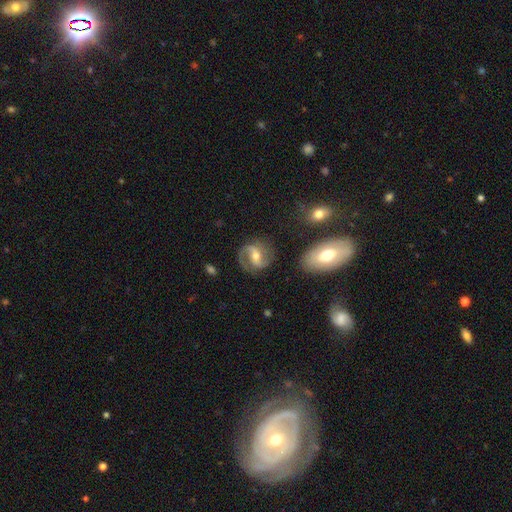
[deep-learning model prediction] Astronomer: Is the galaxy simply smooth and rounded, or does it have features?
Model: featured or disk — 84%.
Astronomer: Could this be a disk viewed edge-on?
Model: no — 97%.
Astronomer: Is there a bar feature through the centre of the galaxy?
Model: weak — 41% (runner-up: strong, 36%).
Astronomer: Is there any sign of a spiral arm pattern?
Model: yes — 95%.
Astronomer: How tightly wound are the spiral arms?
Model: medium — 51% (runner-up: loose, 31%).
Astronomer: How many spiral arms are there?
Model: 2 — 90%.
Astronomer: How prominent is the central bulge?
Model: moderate — 60%.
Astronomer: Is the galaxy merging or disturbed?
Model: none — 79%.